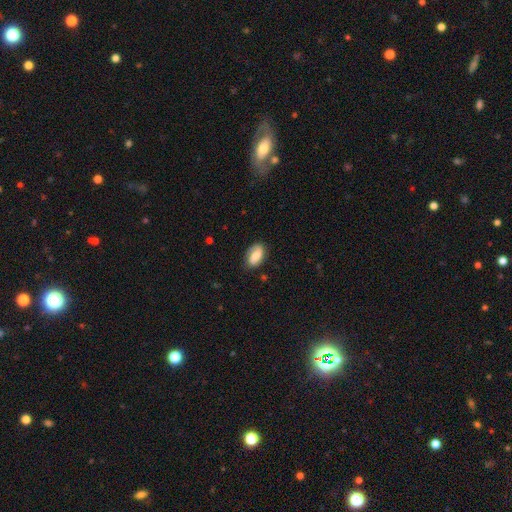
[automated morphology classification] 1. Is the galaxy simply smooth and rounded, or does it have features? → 47% smooth, 46% featured or disk, 8% star or artifact.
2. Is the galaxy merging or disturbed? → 73% none, 20% minor disturbance, 6% major disturbance, 2% merger.